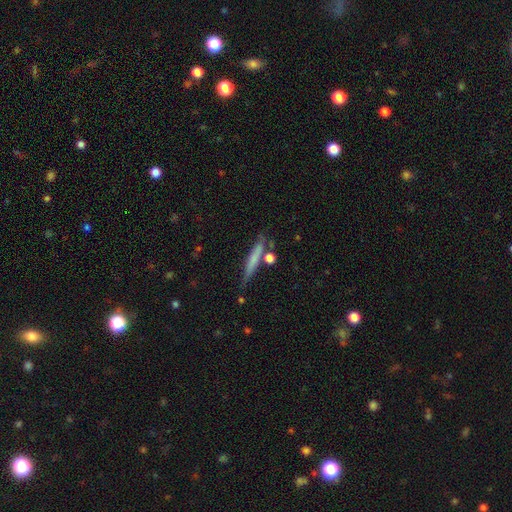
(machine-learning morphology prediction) Q: Smooth or featured?
A: smooth (60%); runner-up: featured or disk (33%)
Q: How rounded?
A: cigar-shaped (92%); runner-up: in between (6%)
Q: Merging?
A: none (71%); runner-up: minor disturbance (15%)